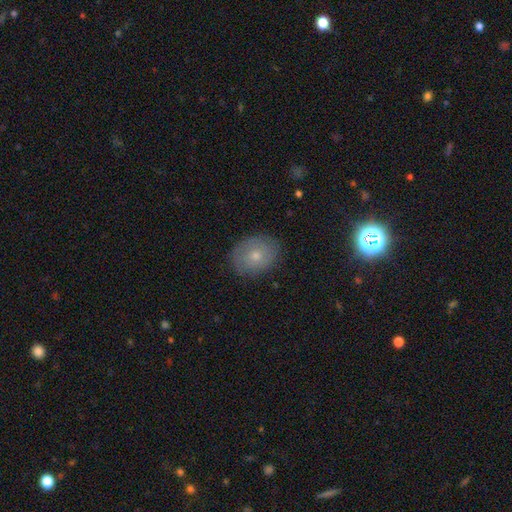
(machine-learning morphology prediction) The model was most divided on "how rounded": in between: 55%, round: 44%, cigar-shaped: 1%. More confident: merging — none (82%); smooth or featured — smooth (62%).